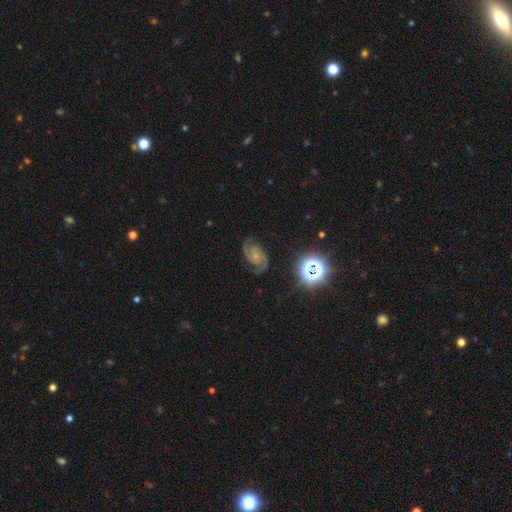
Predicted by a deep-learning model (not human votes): Smooth or featured: featured or disk — 82% (star or artifact — 11%)
Edge-on disk: no — 98% (yes — 2%)
Bar: no — 67% (weak — 26%)
Spiral arms: yes — 98% (no — 2%)
Spiral winding: medium — 52% (tight — 36%)
Spiral arm count: 2 — 89% (3 — 4%)
Bulge size: small — 60% (moderate — 24%)
Merging: none — 77% (minor disturbance — 16%)